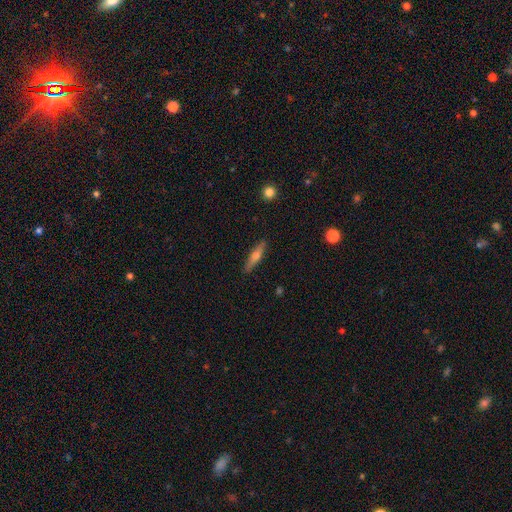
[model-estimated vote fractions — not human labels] Smooth or featured?
  - smooth: 50% *
  - featured or disk: 44%
  - star or artifact: 7%
Merging?
  - none: 89% *
  - minor disturbance: 8%
  - major disturbance: 2%
  - merger: 1%